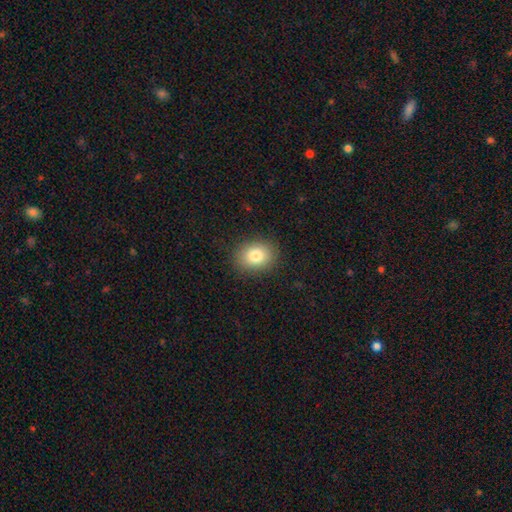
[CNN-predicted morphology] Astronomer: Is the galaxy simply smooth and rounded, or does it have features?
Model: smooth — 82%.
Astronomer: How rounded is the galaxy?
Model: in between — 50%, tied with round at 50%.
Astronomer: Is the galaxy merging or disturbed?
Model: none — 88%.